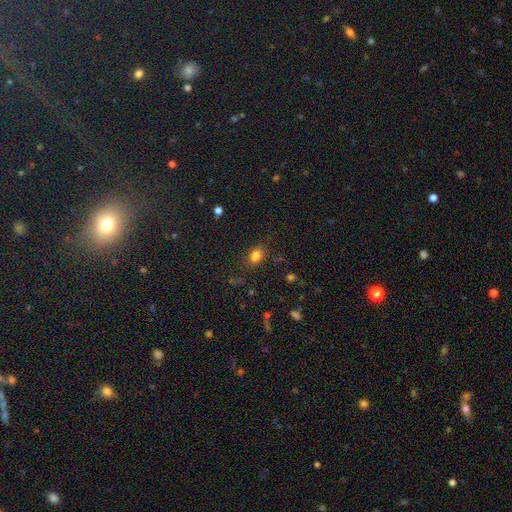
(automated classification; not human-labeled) This is clearly a smooth galaxy (81%). How rounded: likely in between (69%). Merging: likely none (78%).